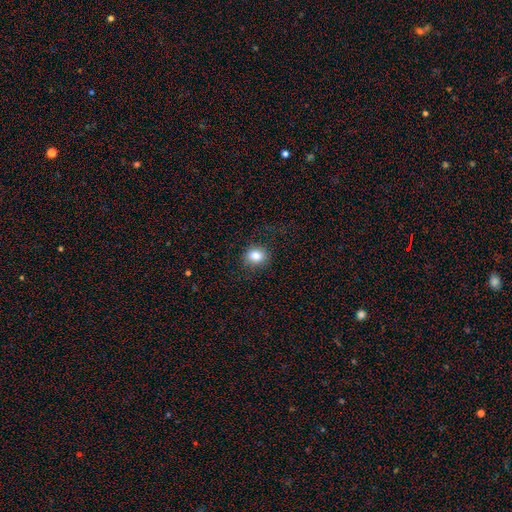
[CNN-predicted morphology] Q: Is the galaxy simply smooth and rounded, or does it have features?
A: smooth — 84%.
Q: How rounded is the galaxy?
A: round — 63%.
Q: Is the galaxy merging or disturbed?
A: none — 83%.